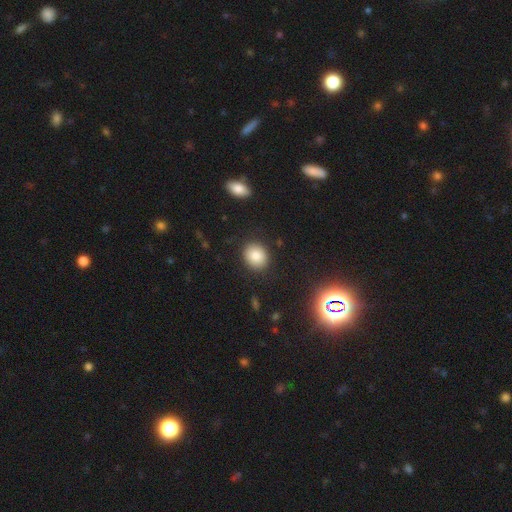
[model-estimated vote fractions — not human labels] Overall: smooth (84%). How rounded: round (73%). Merging: none (88%).